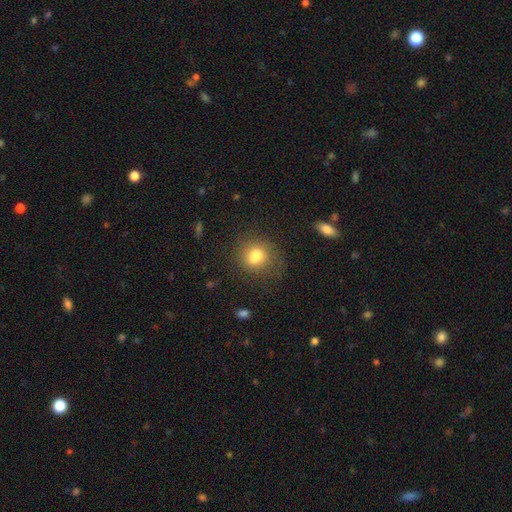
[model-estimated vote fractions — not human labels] Smooth or featured? smooth (76%)
How rounded? round (67%)
Merging? none (59%)